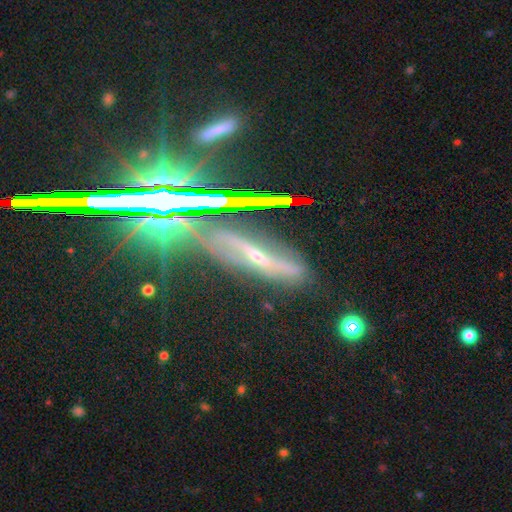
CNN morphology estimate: Overall: featured or disk (54%; star or artifact 30%). Edge-on disk: yes (61%; no 39%). Merging: none (67%).